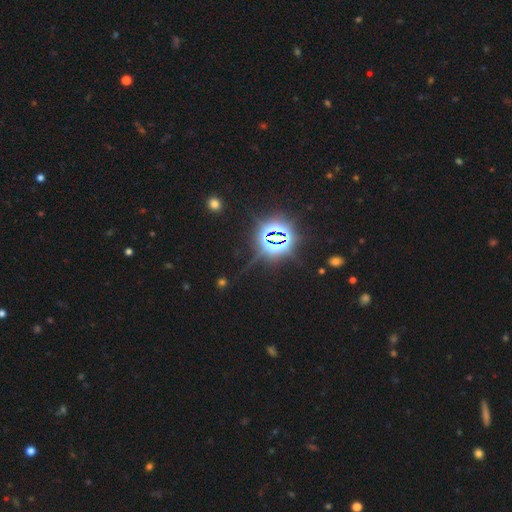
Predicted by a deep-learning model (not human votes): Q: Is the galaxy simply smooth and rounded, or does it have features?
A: star or artifact — 85%.